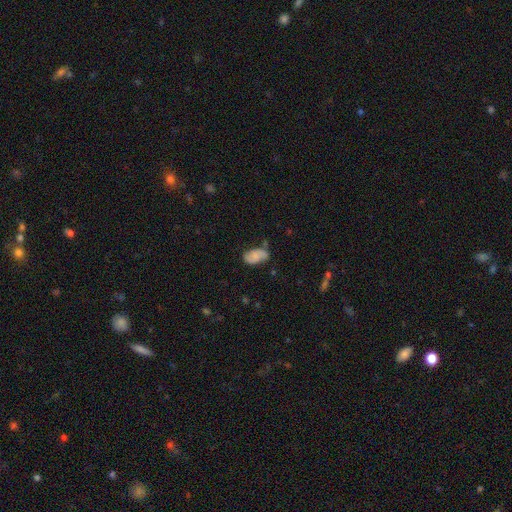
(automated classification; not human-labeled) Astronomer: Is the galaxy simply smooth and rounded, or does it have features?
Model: smooth — 61%.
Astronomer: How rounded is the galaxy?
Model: in between — 92%.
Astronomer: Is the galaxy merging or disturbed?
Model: none — 58%.